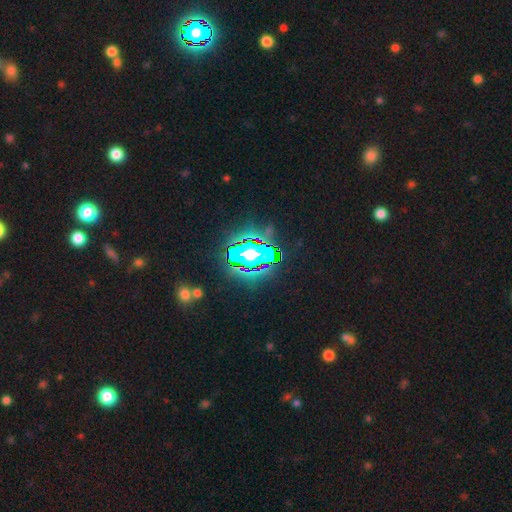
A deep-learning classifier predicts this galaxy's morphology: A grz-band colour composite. It shows a star or artifact, not a galaxy (62%).